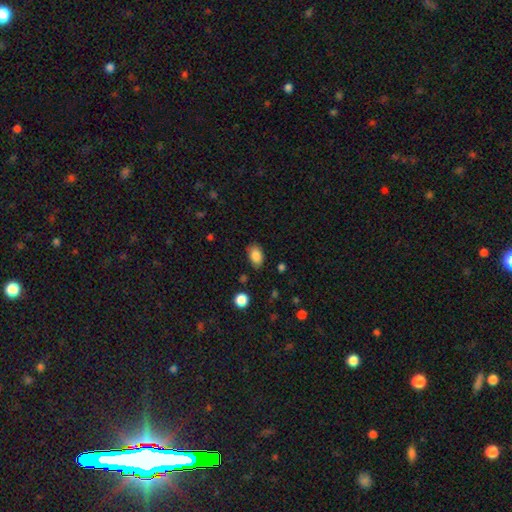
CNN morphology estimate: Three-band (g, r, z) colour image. It shows a smooth galaxy with no disk features (86%) that is in between round and cigar-shaped (87%). Merging: none (80%).